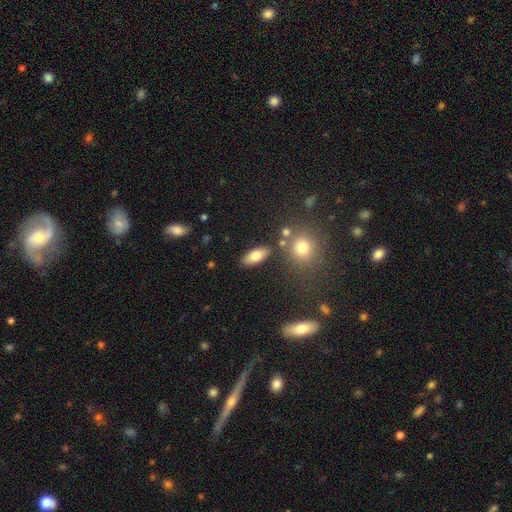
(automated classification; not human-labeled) Smooth or featured? Predicted: smooth (p=0.76). How rounded? Predicted: in between (p=0.82). Merging? Predicted: none (p=0.82).